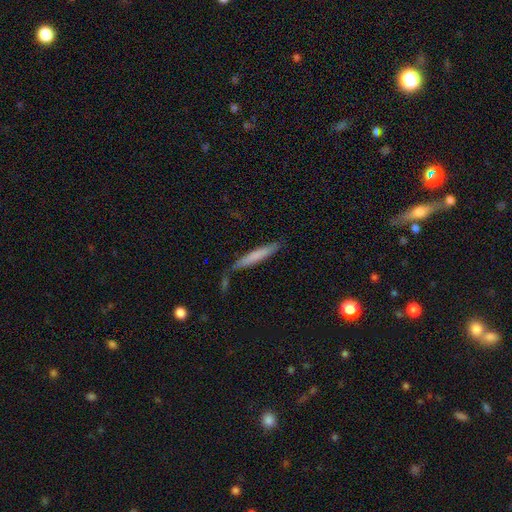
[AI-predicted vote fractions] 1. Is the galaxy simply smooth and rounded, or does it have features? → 69% smooth, 25% featured or disk, 6% star or artifact.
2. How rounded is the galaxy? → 94% cigar-shaped, 4% in between, 1% round.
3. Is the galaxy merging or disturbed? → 72% none, 16% minor disturbance, 8% merger, 4% major disturbance.